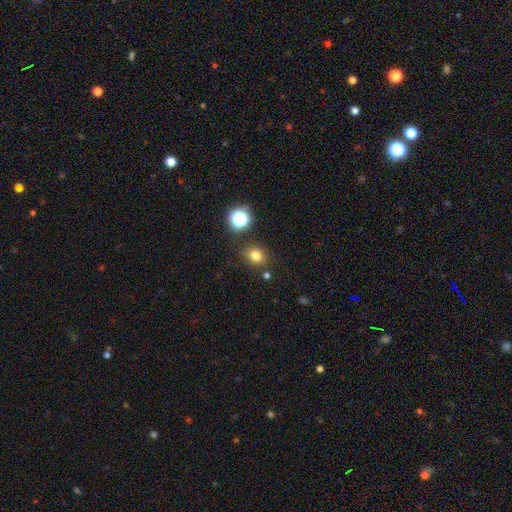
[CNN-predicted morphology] The model was most divided on "how rounded": round: 67%, in between: 32%, cigar-shaped: 1%. More confident: merging — none (79%); smooth or featured — smooth (76%).